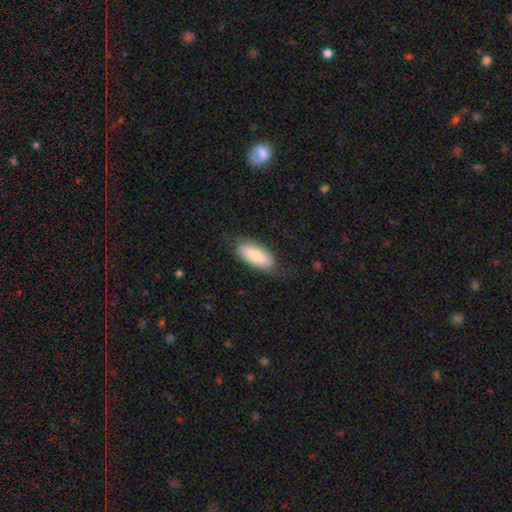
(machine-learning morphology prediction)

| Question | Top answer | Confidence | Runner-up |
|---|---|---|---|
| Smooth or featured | smooth | 72% | featured or disk (22%) |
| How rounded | in between | 87% | cigar-shaped (11%) |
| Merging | none | 65% | minor disturbance (24%) |